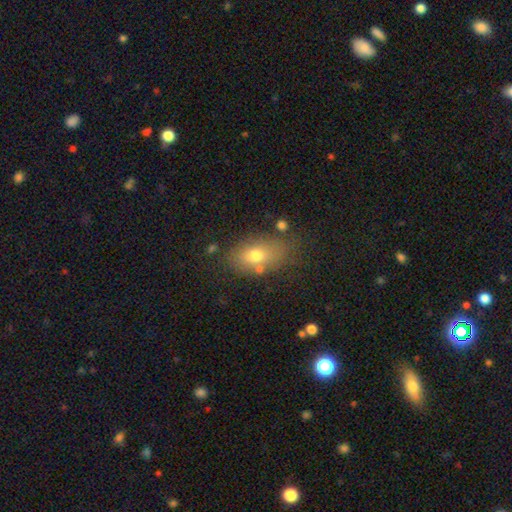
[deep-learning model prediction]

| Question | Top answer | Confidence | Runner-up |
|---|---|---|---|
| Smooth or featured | smooth | 72% | featured or disk (18%) |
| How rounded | in between | 86% | round (11%) |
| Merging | none | 67% | minor disturbance (19%) |